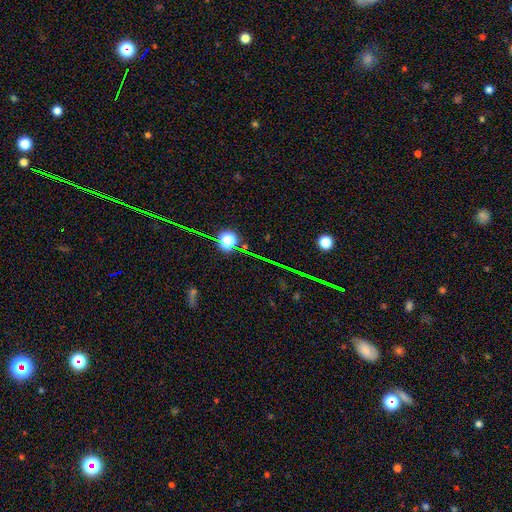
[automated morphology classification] type=star or artifact (75%).